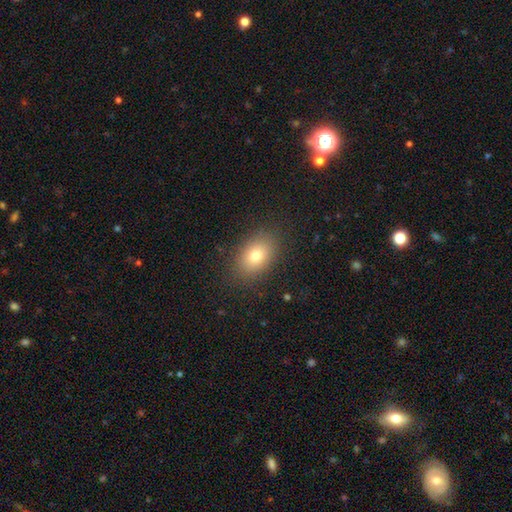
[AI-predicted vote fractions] A smooth galaxy with no disk features (78%) that is in between round and cigar-shaped (83%). Merging: none (86%).